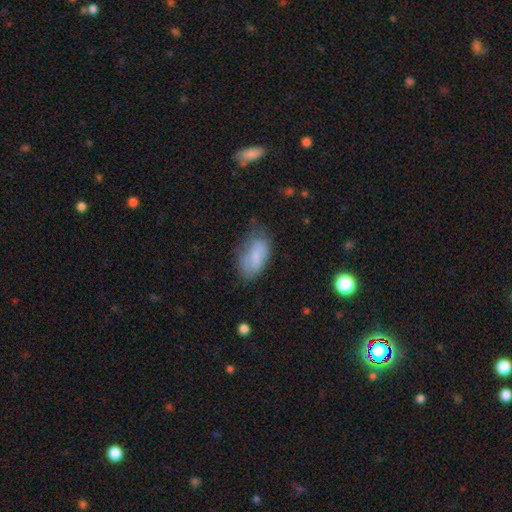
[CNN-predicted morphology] A smooth galaxy with no disk features (73%) that is in between round and cigar-shaped (92%).

Vote fractions:
- Smooth or featured? smooth: 73% / featured or disk: 19% / star or artifact: 8%
- How rounded? in between: 92% / cigar-shaped: 4% / round: 4%
- Merging? none: 49% / minor disturbance: 34% / major disturbance: 14% / merger: 3%